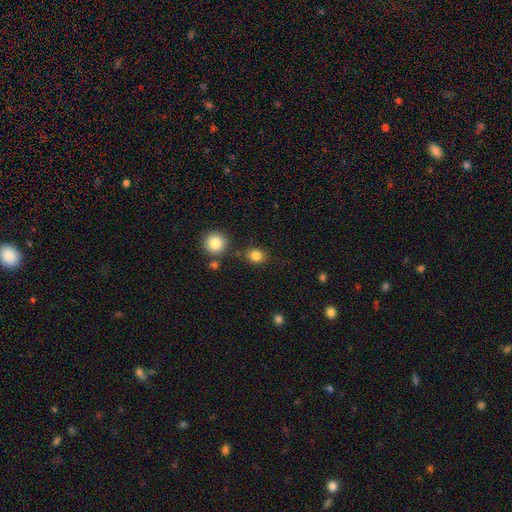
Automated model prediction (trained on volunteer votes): A smooth galaxy with no disk features (84%) that is round (64%).

Vote fractions:
- Smooth or featured? smooth: 84% / star or artifact: 11% / featured or disk: 5%
- How rounded? round: 64% / in between: 35% / cigar-shaped: 1%
- Merging? none: 80% / minor disturbance: 11% / merger: 5% / major disturbance: 3%